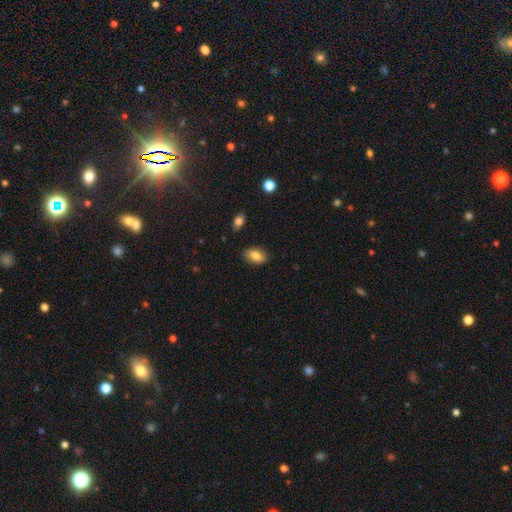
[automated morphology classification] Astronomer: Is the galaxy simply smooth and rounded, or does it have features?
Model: smooth — 82%.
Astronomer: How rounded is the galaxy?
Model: in between — 91%.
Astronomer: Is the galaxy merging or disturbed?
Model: none — 83%.